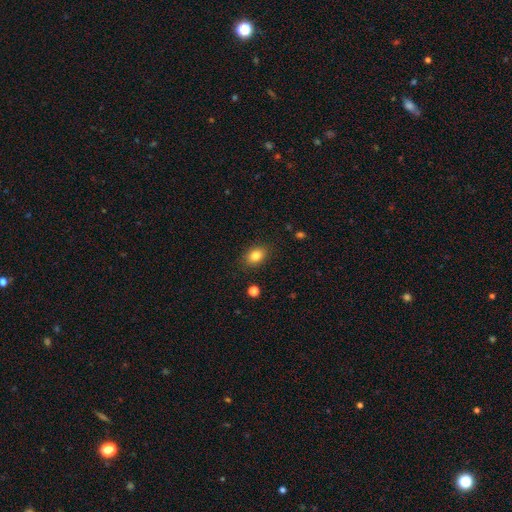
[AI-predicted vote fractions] Overall: smooth (83%). How rounded: in between (73%). Merging: none (86%).